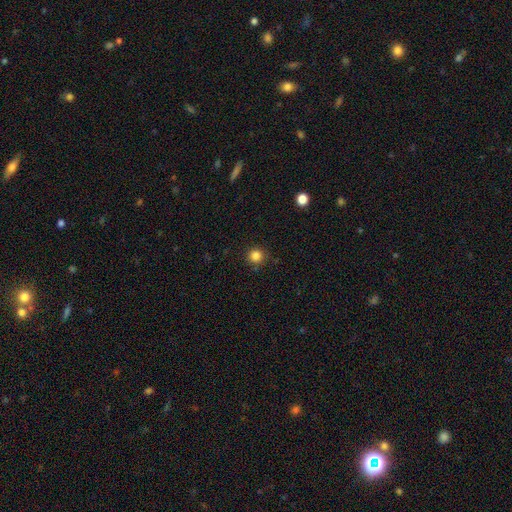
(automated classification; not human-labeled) A smooth galaxy with no disk features (84%) that is round (94%).

Vote fractions:
- Smooth or featured? smooth: 84% / star or artifact: 12% / featured or disk: 4%
- How rounded? round: 94% / in between: 5% / cigar-shaped: 1%
- Merging? none: 88% / minor disturbance: 8% / major disturbance: 2% / merger: 2%